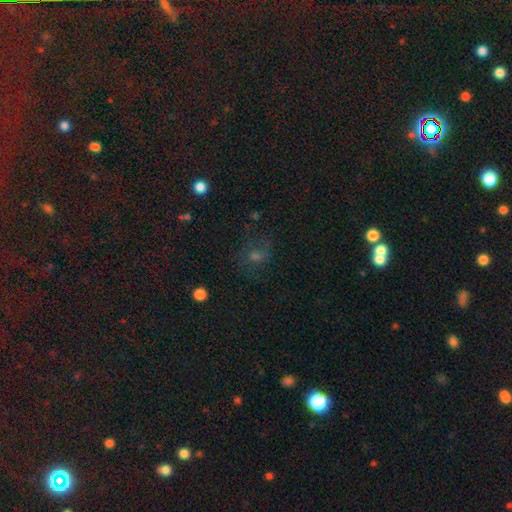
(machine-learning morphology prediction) Smooth or featured? Predicted: smooth (p=0.37). Merging? Predicted: none (p=0.64).